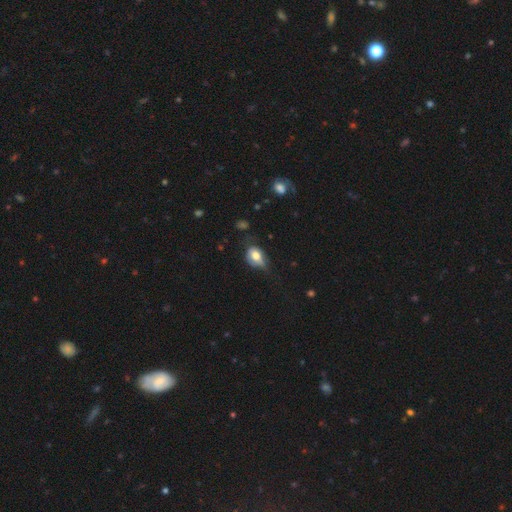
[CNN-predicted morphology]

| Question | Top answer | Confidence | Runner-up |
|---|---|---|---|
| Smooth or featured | smooth | 70% | featured or disk (21%) |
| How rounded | in between | 67% | round (32%) |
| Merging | minor disturbance | 39% | none (35%) |